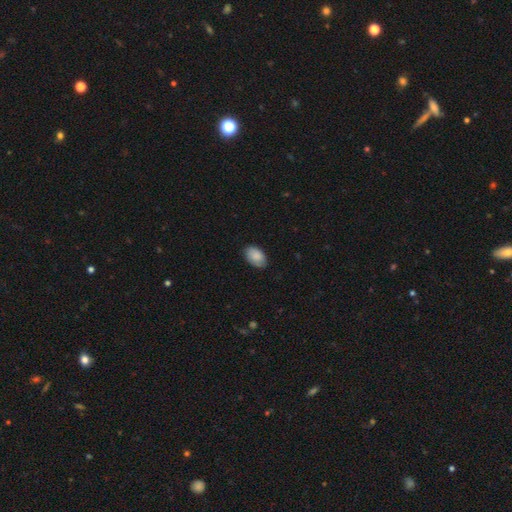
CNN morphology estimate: This appears to be a smooth galaxy with no disk features (87%) that is in between round and cigar-shaped (91%). Merging: none (81%).